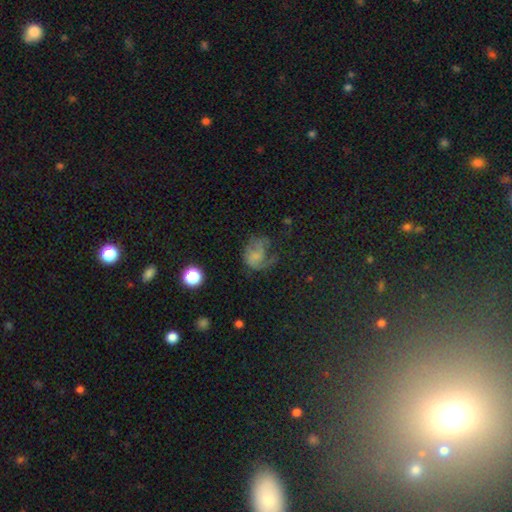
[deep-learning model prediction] smooth 45%, featured or disk 40%, star or artifact 16%. Down the decision tree: merging — major disturbance (41%).